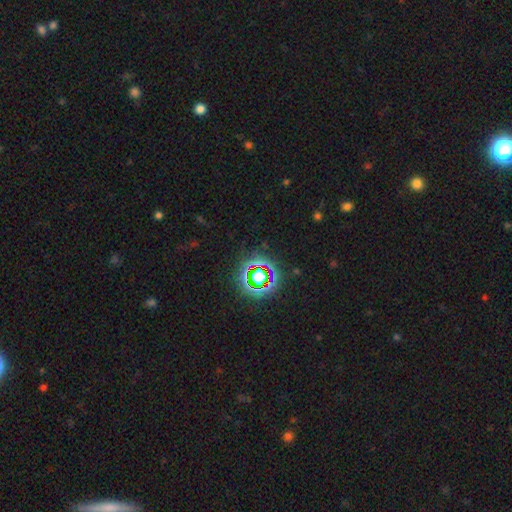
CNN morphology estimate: This appears to be a star or artifact, not a galaxy (77%).